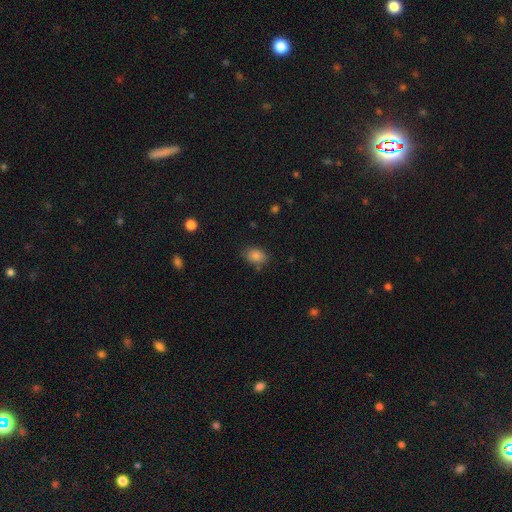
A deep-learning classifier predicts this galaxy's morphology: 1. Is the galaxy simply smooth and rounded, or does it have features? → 85% smooth, 10% star or artifact, 5% featured or disk.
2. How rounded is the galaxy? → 78% in between, 21% round, 1% cigar-shaped.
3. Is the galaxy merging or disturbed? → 78% none, 15% minor disturbance, 4% major disturbance, 3% merger.